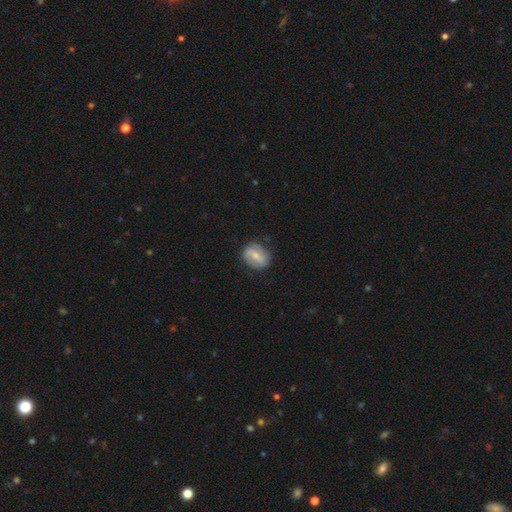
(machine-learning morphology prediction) The model was most divided on "bulge size" (2-way tie): moderate: 47%, small: 47%, none: 3%, large: 2%, dominant: 1%. Remaining: edge-on disk — no (96%); merging — none (77%); spiral arms — yes (65%); smooth or featured — featured or disk (54%); bar — weak (43%).